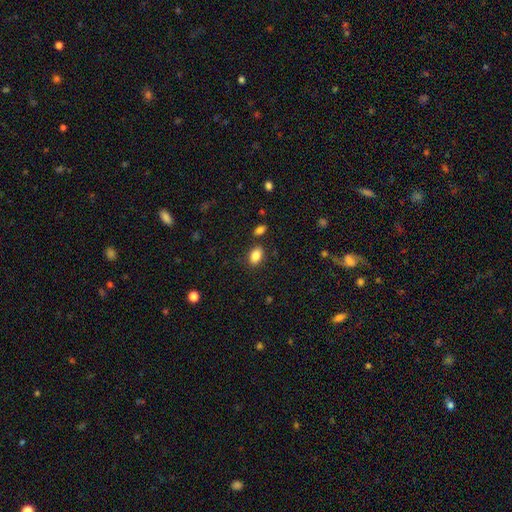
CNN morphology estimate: Q: Smooth or featured?
A: smooth (85%); runner-up: star or artifact (9%)
Q: How rounded?
A: in between (85%); runner-up: round (14%)
Q: Merging?
A: none (82%); runner-up: minor disturbance (10%)